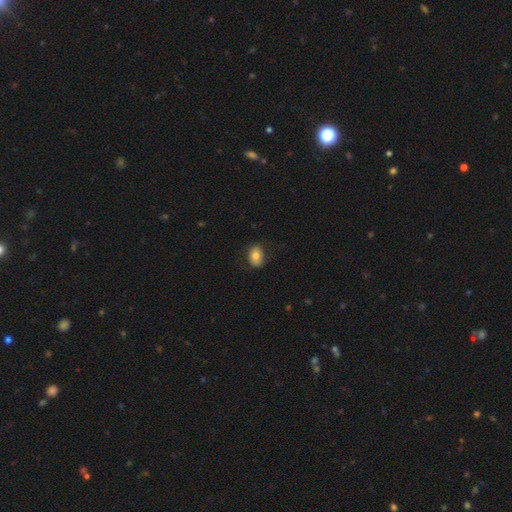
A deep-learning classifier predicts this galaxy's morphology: Overall: smooth (77%). How rounded: in between (73%). Merging: none (80%).